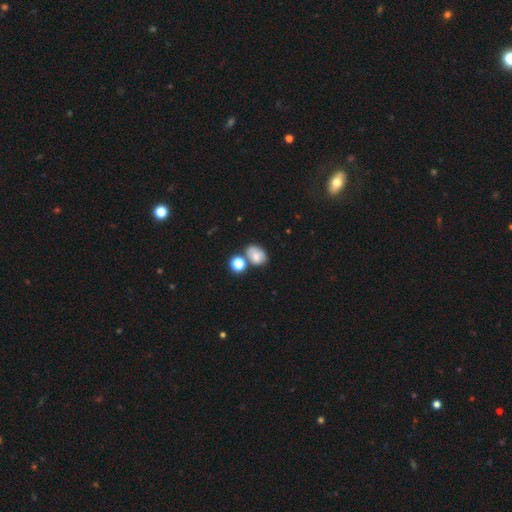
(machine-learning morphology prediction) Smooth or featured? Predicted: smooth (p=0.70). How rounded? Predicted: in between (p=0.67). Merging? Predicted: none (p=0.52).